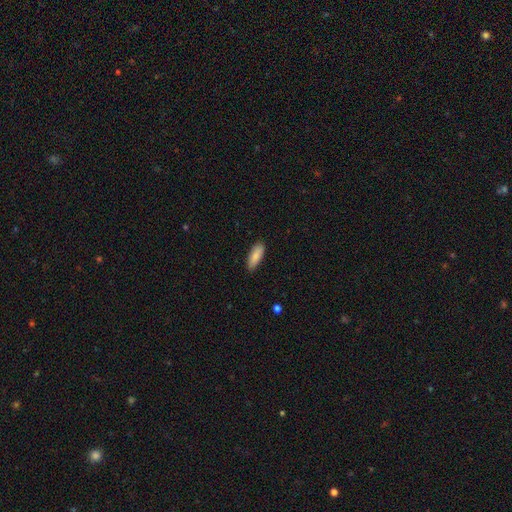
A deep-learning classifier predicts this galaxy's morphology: This is clearly a smooth galaxy (86%). How rounded: likely in between (70%). Merging: clearly none (87%).